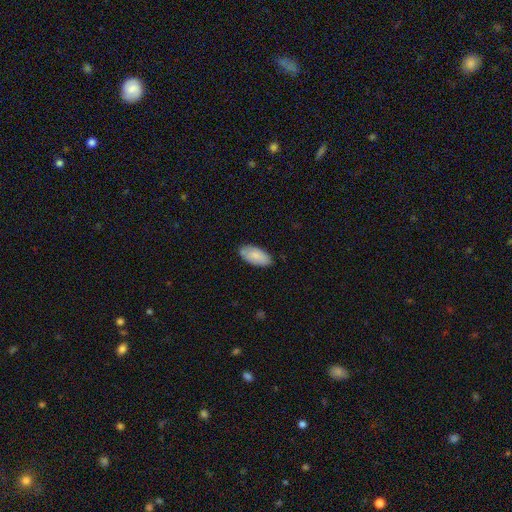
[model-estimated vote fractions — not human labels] smooth-or-featured: smooth: 82% | featured or disk: 12% | star or artifact: 6%
  how-rounded: in between: 94% | cigar-shaped: 5% | round: 2%
  merging: none: 79% | minor disturbance: 18% | major disturbance: 3% | merger: 1%